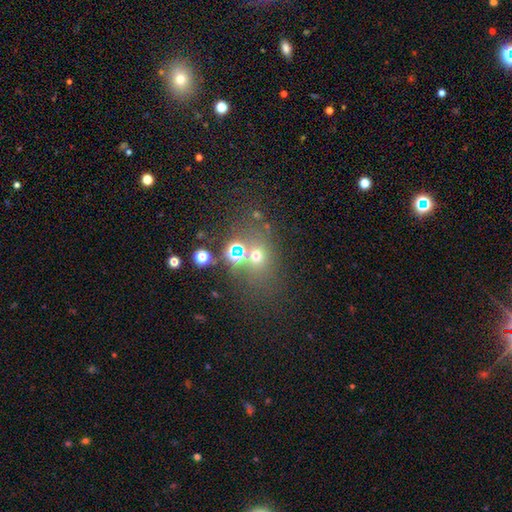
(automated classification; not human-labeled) Overall: smooth (55%; star or artifact 32%). How rounded: round (65%; in between 33%). Merging: none (61%).